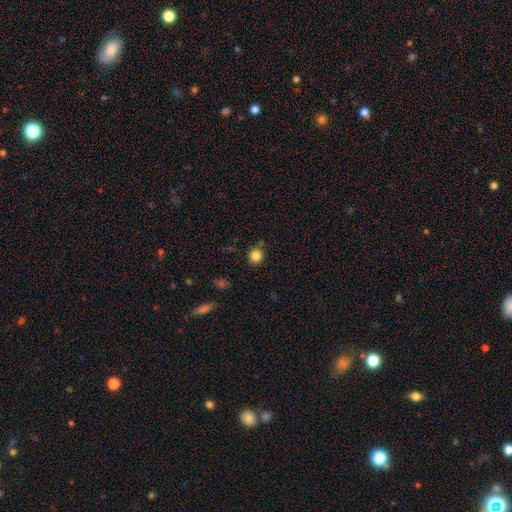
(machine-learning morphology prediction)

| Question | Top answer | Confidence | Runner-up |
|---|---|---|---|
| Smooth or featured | smooth | 83% | star or artifact (12%) |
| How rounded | round | 87% | in between (12%) |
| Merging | none | 82% | minor disturbance (11%) |